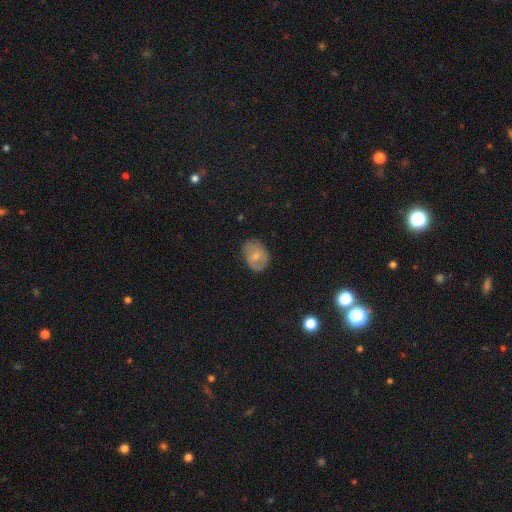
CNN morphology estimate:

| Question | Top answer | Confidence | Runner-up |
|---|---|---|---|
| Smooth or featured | smooth | 61% | featured or disk (31%) |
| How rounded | in between | 69% | round (30%) |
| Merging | none | 74% | minor disturbance (19%) |